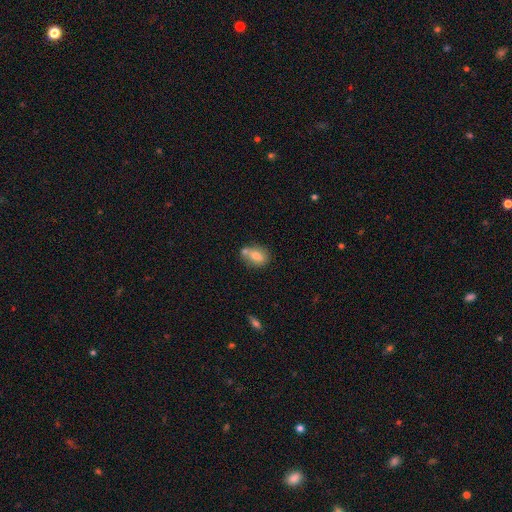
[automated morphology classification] This is likely a smooth galaxy (73%). How rounded: likely in between (69%). Merging: possibly none (59%).